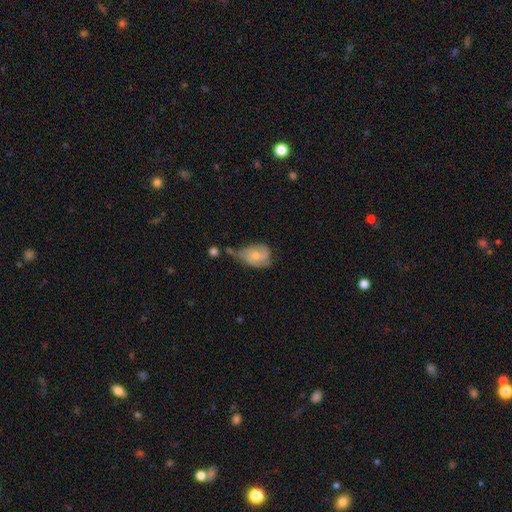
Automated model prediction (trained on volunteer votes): Smooth or featured: featured or disk — 59% (smooth — 34%)
Edge-on disk: no — 96% (yes — 4%)
Bar: no — 70% (weak — 25%)
Spiral arms: yes — 79% (no — 21%)
Bulge size: moderate — 55% (small — 38%)
Merging: minor disturbance — 35% (none — 29%)